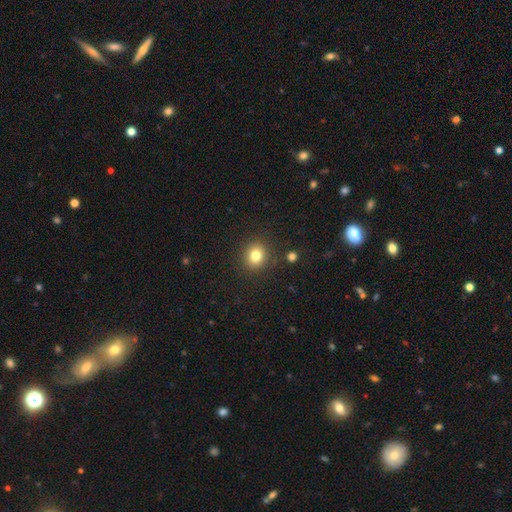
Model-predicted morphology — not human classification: The model was most divided on "how rounded": round: 83%, in between: 16%, cigar-shaped: 1%. More confident: merging — none (88%); smooth or featured — smooth (80%).